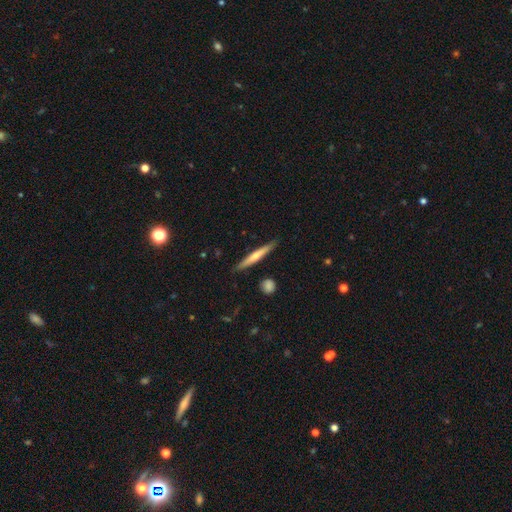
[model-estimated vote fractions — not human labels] Q: Smooth or featured?
A: smooth (49%); runner-up: featured or disk (45%)
Q: Merging?
A: none (87%); runner-up: minor disturbance (9%)